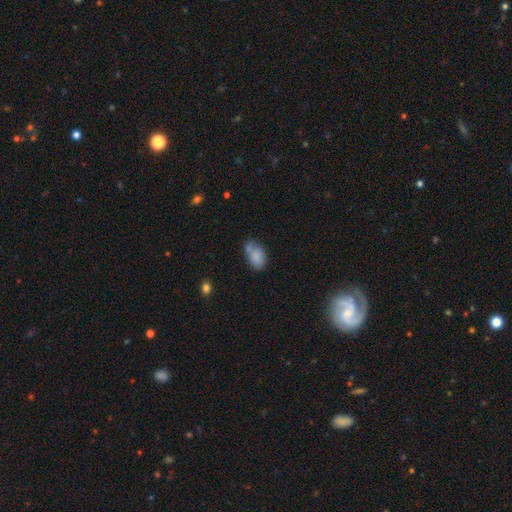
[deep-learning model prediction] This appears to be a smooth galaxy with no disk features (79%) that is in between round and cigar-shaped (91%). Merging: none (49%).